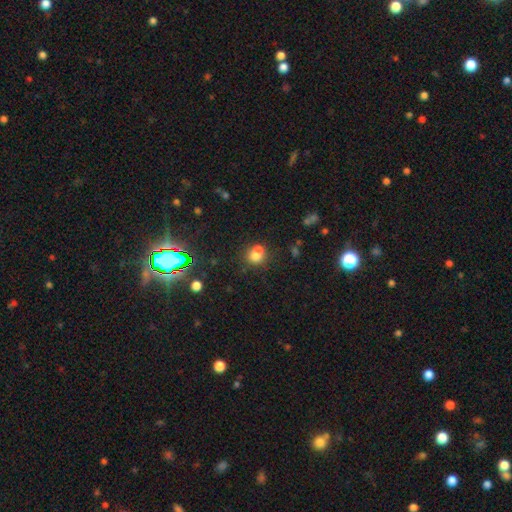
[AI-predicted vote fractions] A smooth galaxy with no disk features (67%) that is round (70%). Merging: merger (51%).